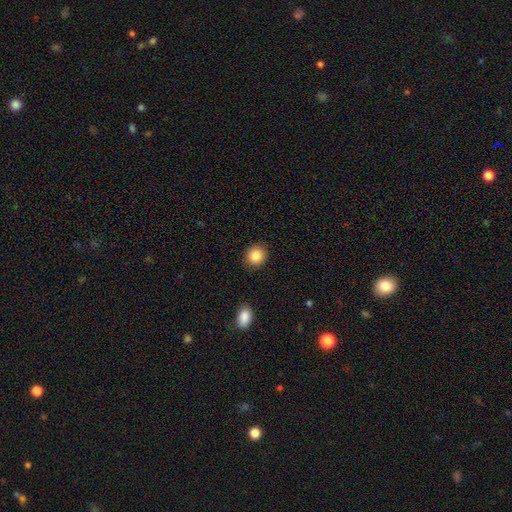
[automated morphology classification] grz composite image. It shows a smooth galaxy with no disk features (87%) that is round (85%). Merging: none (89%).